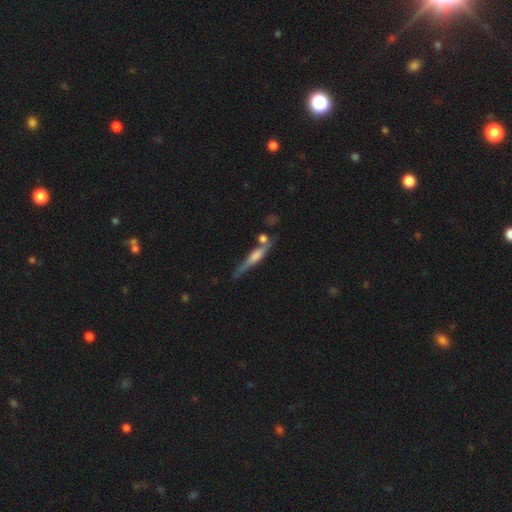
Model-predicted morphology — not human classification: Smooth or featured?
  - featured or disk: 65% *
  - smooth: 27%
  - star or artifact: 8%
Edge-on disk?
  - yes: 93% *
  - no: 7%
Edge-on bulge?
  - rounded: 63% *
  - boxy: 24%
  - none: 14%
Merging?
  - none: 64% *
  - minor disturbance: 17%
  - merger: 13%
  - major disturbance: 6%